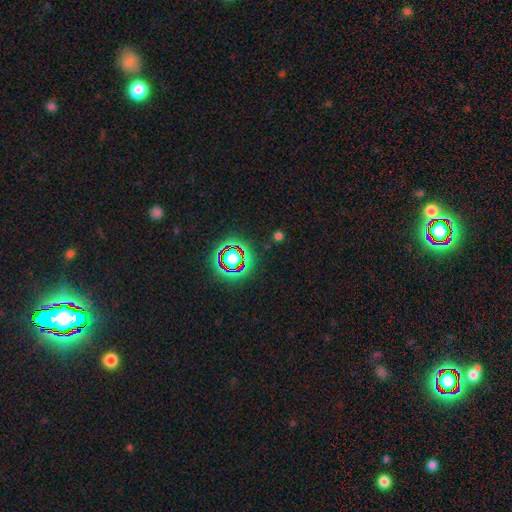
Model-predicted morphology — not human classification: A star or artifact, not a galaxy (79%).